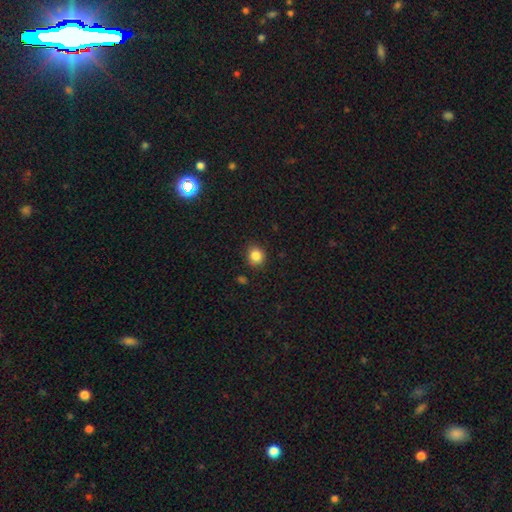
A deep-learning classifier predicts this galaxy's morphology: type=smooth (85%); roundness=round (79%); merging=none (86%).